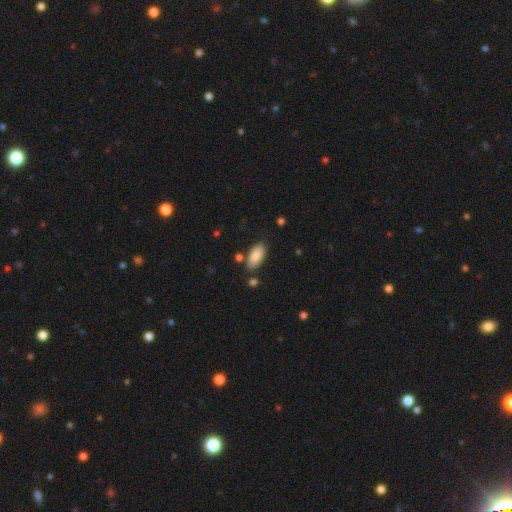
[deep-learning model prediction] smooth 87%, star or artifact 6%, featured or disk 6%. Down the decision tree: how rounded — in between (89%); merging — none (80%).